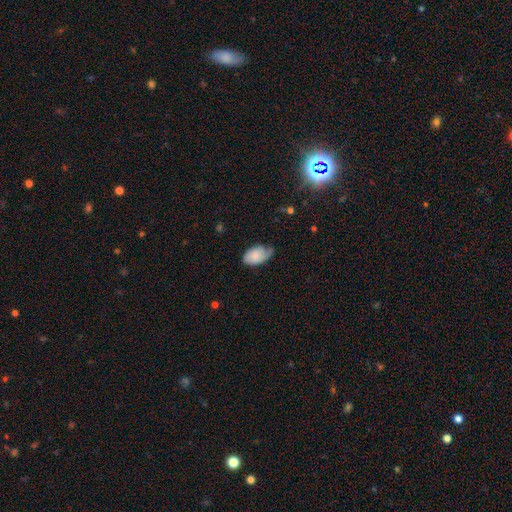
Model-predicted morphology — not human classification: Overall: smooth (74%). How rounded: in between (93%). Merging: none (46%; minor disturbance 41%).